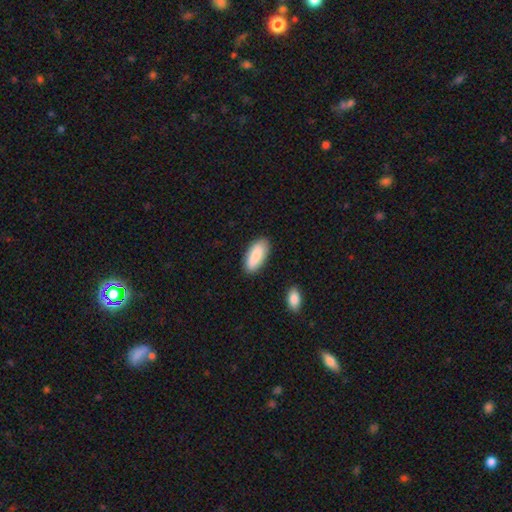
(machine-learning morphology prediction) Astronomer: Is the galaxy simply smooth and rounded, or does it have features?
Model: smooth — 87%.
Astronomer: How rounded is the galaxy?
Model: in between — 82%.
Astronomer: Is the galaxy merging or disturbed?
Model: none — 85%.